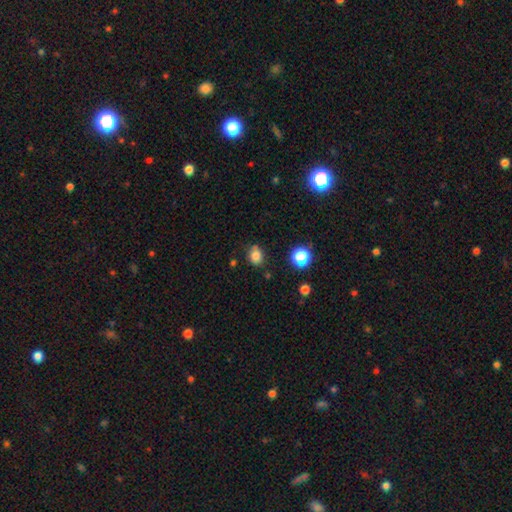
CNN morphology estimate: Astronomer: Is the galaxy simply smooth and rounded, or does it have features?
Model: smooth — 81%.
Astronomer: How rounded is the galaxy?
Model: round — 55% (runner-up: in between, 44%).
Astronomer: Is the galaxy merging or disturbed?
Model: none — 72%.